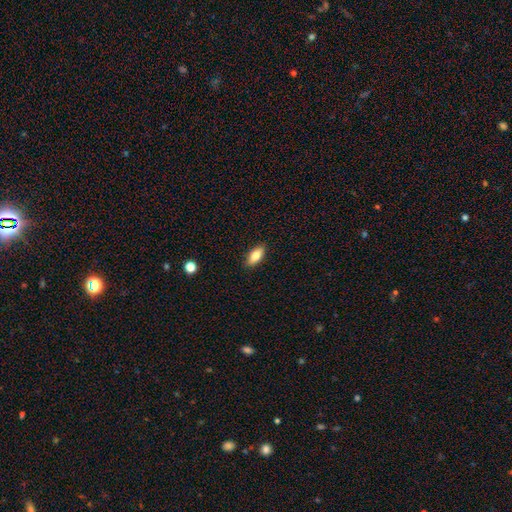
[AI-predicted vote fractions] Smooth or featured? smooth (77%)
How rounded? in between (82%)
Merging? none (88%)